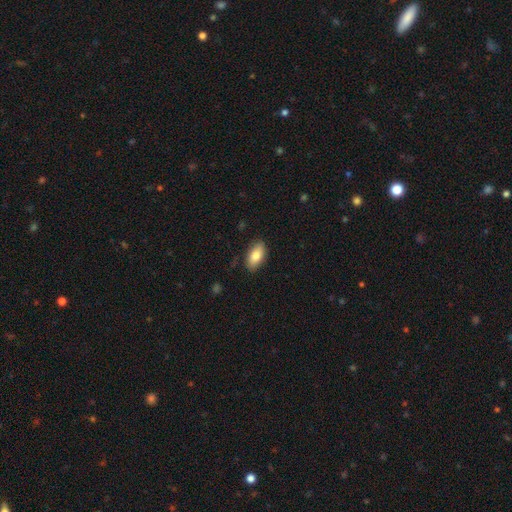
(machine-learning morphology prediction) Smooth or featured: smooth — 81% (featured or disk — 12%)
How rounded: in between — 92% (cigar-shaped — 4%)
Merging: none — 85% (minor disturbance — 12%)